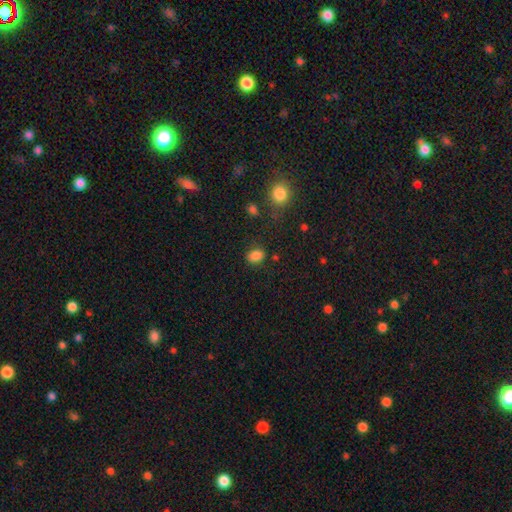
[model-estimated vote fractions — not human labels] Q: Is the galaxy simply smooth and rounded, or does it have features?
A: smooth — 84%.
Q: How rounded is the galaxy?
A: in between — 63%.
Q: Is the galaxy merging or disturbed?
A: none — 80%.